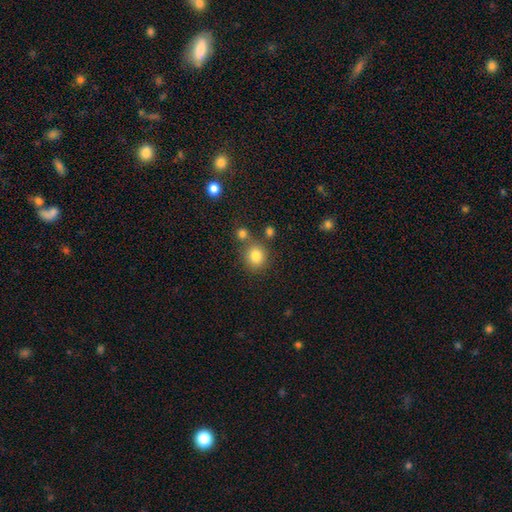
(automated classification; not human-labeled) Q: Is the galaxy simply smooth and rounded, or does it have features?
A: smooth — 82%.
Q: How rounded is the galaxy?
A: round — 83%.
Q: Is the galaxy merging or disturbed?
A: none — 69%.